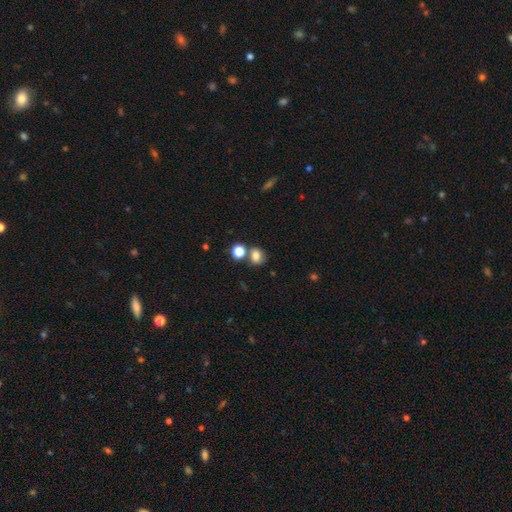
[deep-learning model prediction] This is likely a smooth galaxy (80%). How rounded: possibly round (57%). Merging: possibly none (58%).